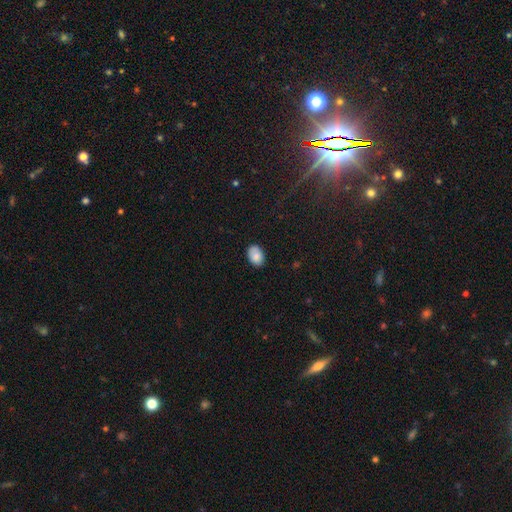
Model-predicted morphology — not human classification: The model was most divided on "merging": none: 82%, minor disturbance: 15%, major disturbance: 2%, merger: 1%. More confident: smooth or featured — smooth (85%); how rounded — in between (85%).